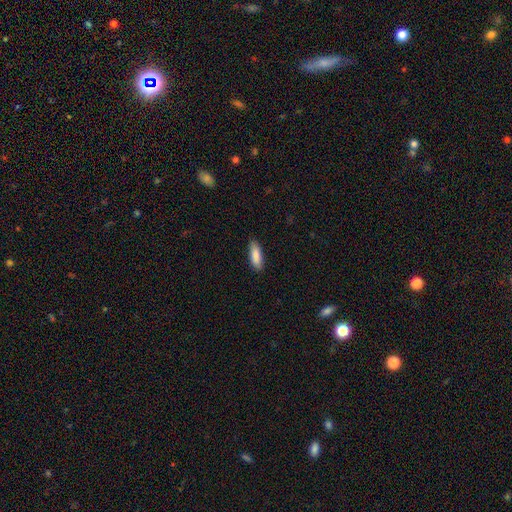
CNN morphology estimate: This appears to be a smooth galaxy with no disk features (88%) that is in between round and cigar-shaped (63%). Merging: none (86%).